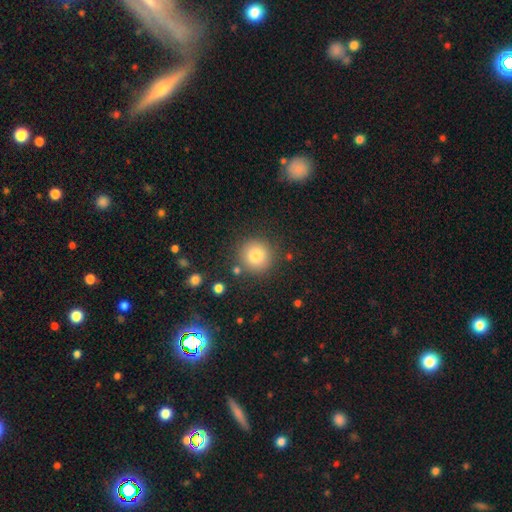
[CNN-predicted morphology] Smooth or featured? smooth (80%)
How rounded? round (94%)
Merging? none (85%)